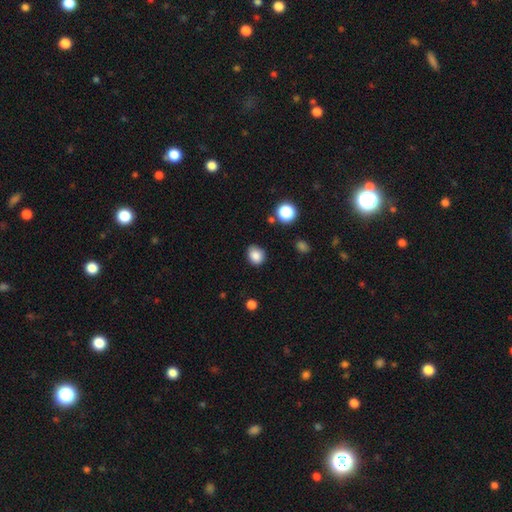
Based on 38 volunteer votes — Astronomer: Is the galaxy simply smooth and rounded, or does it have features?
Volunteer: smooth — 89%.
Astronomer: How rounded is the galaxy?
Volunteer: round — 50%, tied with in between at 50%.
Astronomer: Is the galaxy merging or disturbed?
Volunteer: none — 66%.